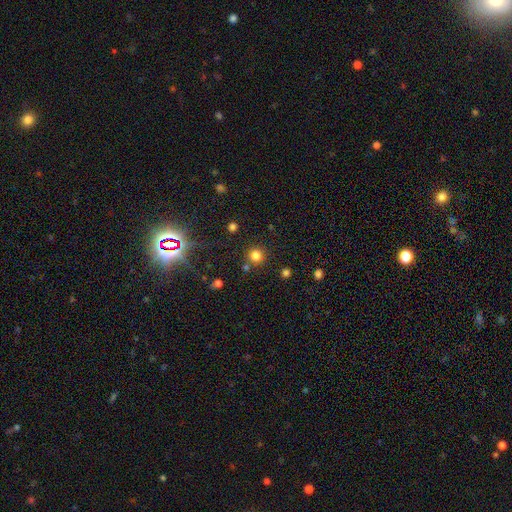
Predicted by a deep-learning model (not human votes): Overall: smooth (79%). How rounded: round (94%). Merging: none (84%).